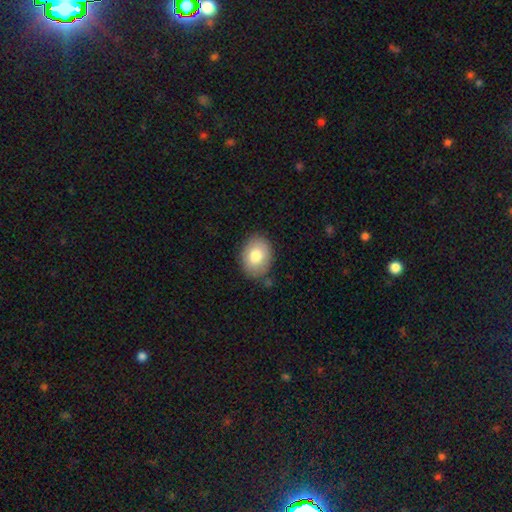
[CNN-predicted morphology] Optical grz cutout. It shows a smooth galaxy with no disk features (79%) that is in between round and cigar-shaped (70%). Merging: none (81%).